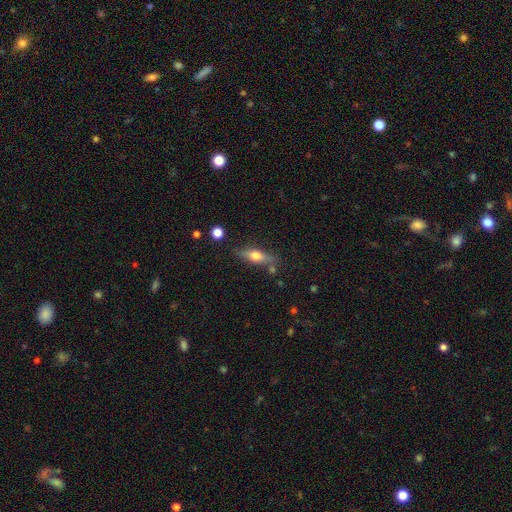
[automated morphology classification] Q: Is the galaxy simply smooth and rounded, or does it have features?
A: smooth — 51%.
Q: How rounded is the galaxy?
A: cigar-shaped — 49%.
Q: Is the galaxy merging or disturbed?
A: none — 75%.